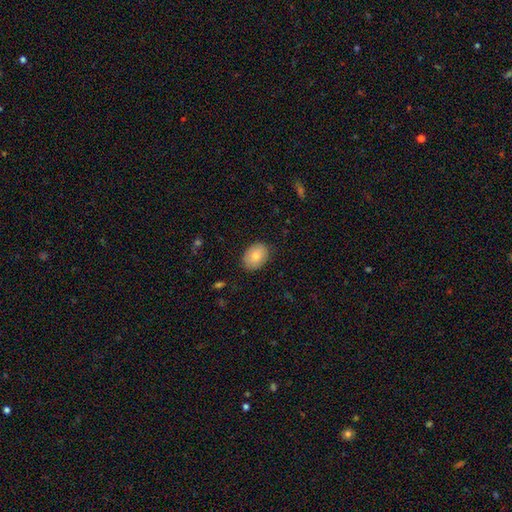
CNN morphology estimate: Smooth or featured? smooth (83%)
How rounded? in between (79%)
Merging? none (84%)